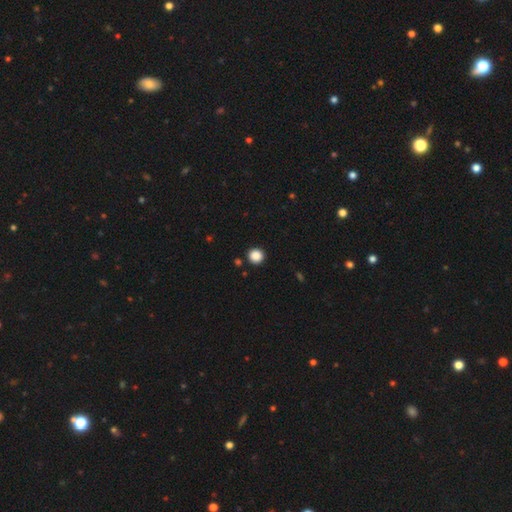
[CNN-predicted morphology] Smooth or featured: smooth — 87% (star or artifact — 10%)
How rounded: round — 93% (in between — 6%)
Merging: none — 91% (minor disturbance — 5%)